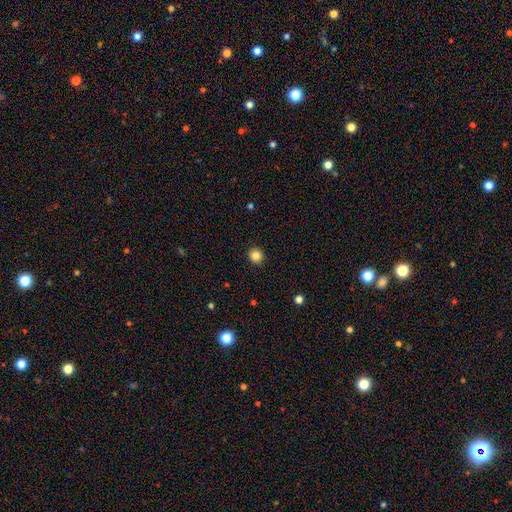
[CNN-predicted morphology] This appears to be a smooth galaxy with no disk features (84%) that is round (90%). Merging: none (92%).